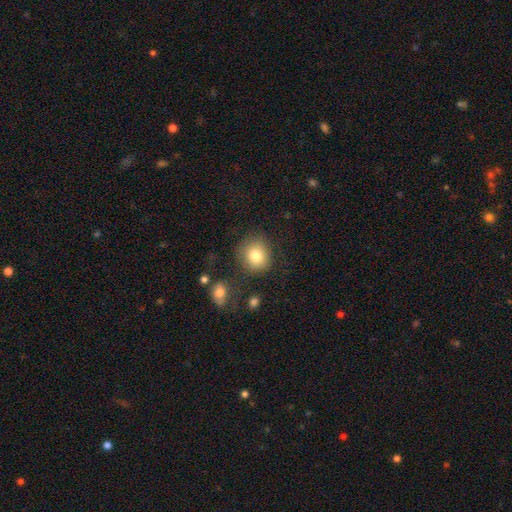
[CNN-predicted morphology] A smooth galaxy with no disk features (81%) that is round (83%). Merging: none (79%).